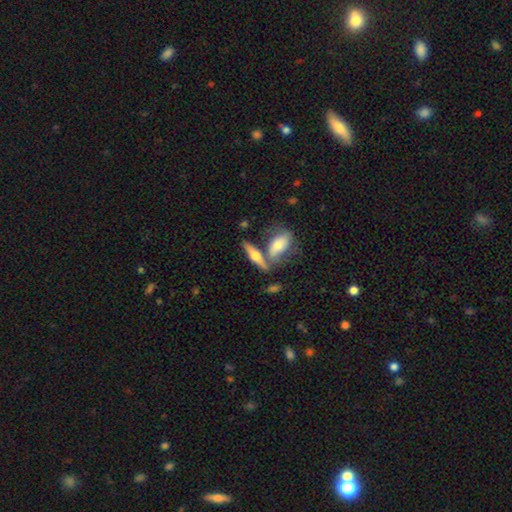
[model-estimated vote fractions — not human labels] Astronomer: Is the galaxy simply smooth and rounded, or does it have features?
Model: featured or disk — 53% (runner-up: smooth, 41%).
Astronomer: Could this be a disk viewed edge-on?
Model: yes — 89%.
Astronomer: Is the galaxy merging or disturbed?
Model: none — 57%.